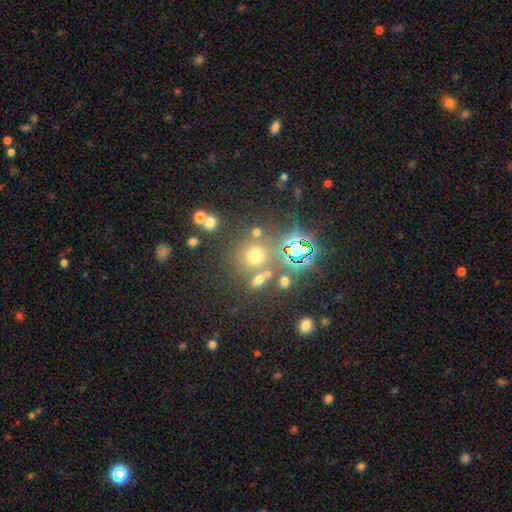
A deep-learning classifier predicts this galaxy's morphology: type=smooth (56%); roundness=round (84%); merging=none (66%).